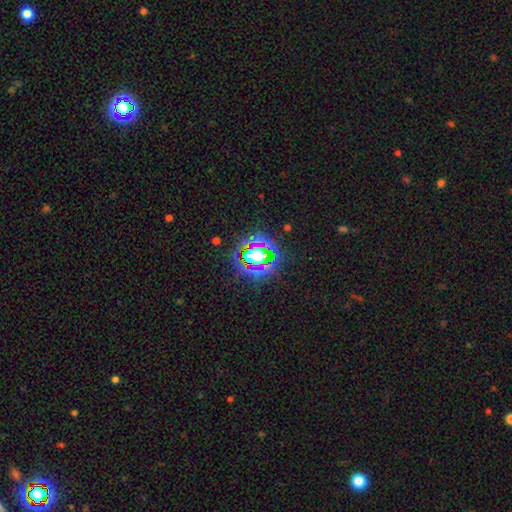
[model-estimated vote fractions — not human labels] star or artifact 53%, smooth 29%, featured or disk 18%.